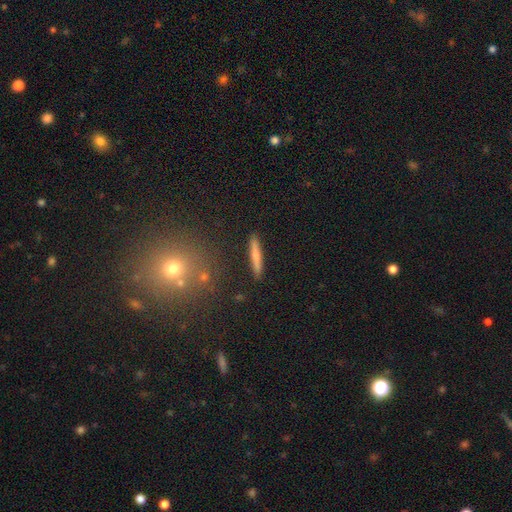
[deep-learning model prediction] Smooth or featured?
  - smooth: 73% *
  - featured or disk: 20%
  - star or artifact: 7%
How rounded?
  - cigar-shaped: 94% *
  - in between: 5%
  - round: 2%
Merging?
  - none: 89% *
  - minor disturbance: 7%
  - merger: 2%
  - major disturbance: 2%